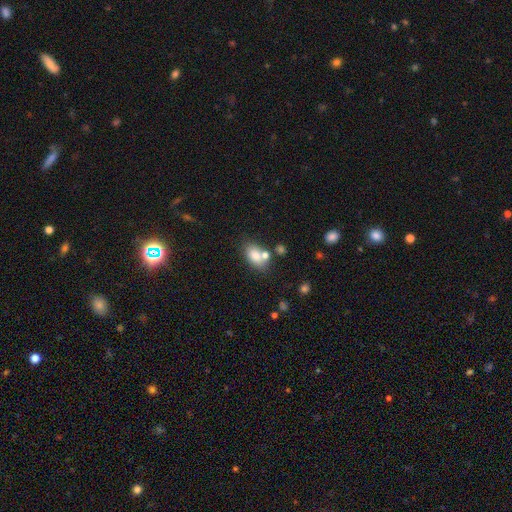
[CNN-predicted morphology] Overall: smooth (78%). How rounded: in between (85%). Merging: none (56%; merger 24%).